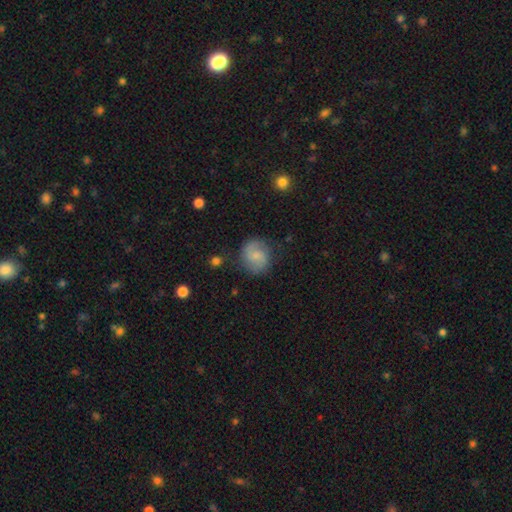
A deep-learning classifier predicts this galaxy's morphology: Smooth or featured: featured or disk — 56% (smooth — 36%)
Edge-on disk: no — 98% (yes — 2%)
Bar: weak — 47% (no — 44%)
Spiral arms: yes — 92% (no — 8%)
Spiral winding: medium — 50% (loose — 25%)
Spiral arm count: 2 — 88% (can't tell — 6%)
Bulge size: small — 47% (moderate — 28%)
Merging: none — 79% (minor disturbance — 14%)